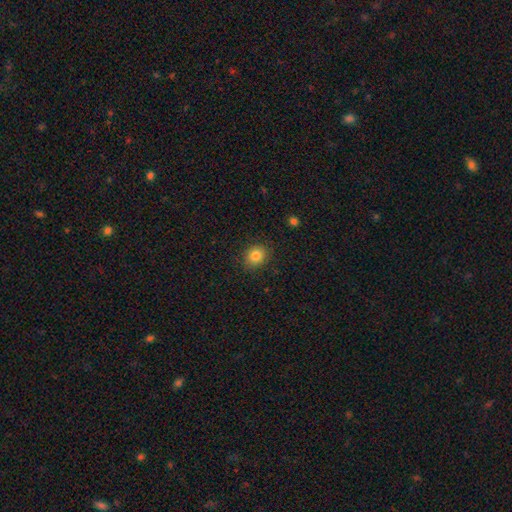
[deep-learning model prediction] smooth-or-featured: smooth: 84% | star or artifact: 10% | featured or disk: 6%
  how-rounded: round: 62% | in between: 37% | cigar-shaped: 1%
  merging: none: 87% | minor disturbance: 10% | major disturbance: 3% | merger: 1%